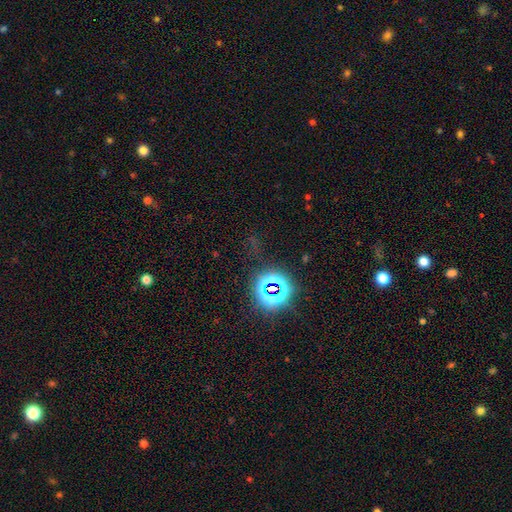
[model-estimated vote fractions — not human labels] Smooth or featured: star or artifact — 82% (smooth — 11%)